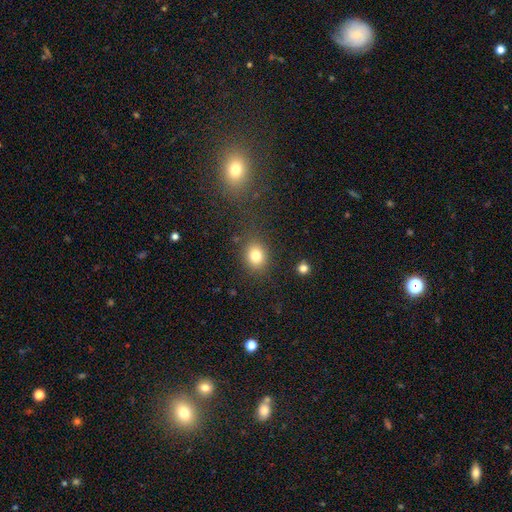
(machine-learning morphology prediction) type=smooth (80%); roundness=round (65%); merging=none (81%).